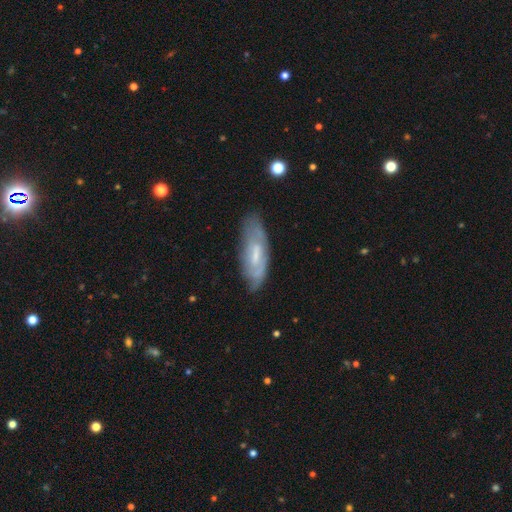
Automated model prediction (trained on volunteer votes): The model was most divided on "smooth or featured": featured or disk: 58%, smooth: 35%, star or artifact: 7%. More confident: edge-on disk — no (77%); merging — none (68%).